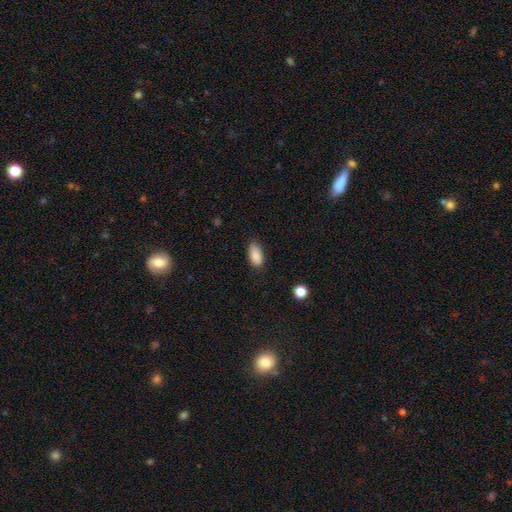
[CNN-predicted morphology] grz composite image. It shows a smooth galaxy with no disk features (89%) that is in between round and cigar-shaped (91%). Merging: none (81%).